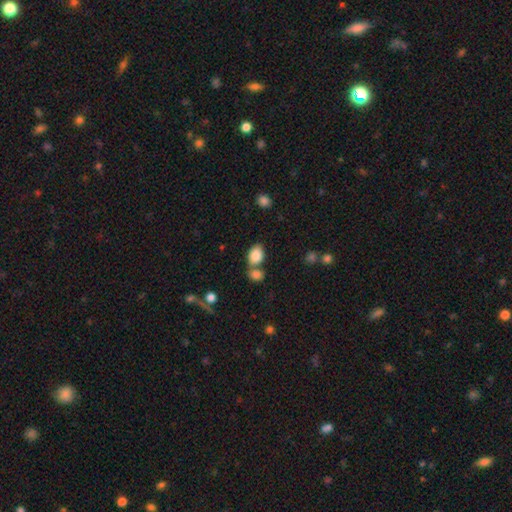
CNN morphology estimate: Smooth or featured? smooth (86%)
How rounded? in between (80%)
Merging? none (50%)